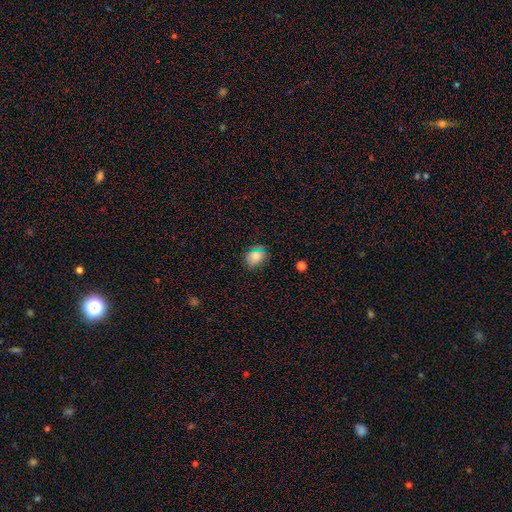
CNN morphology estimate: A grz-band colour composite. It shows a smooth galaxy with no disk features (76%) that is round (51%). Merging: none (80%).